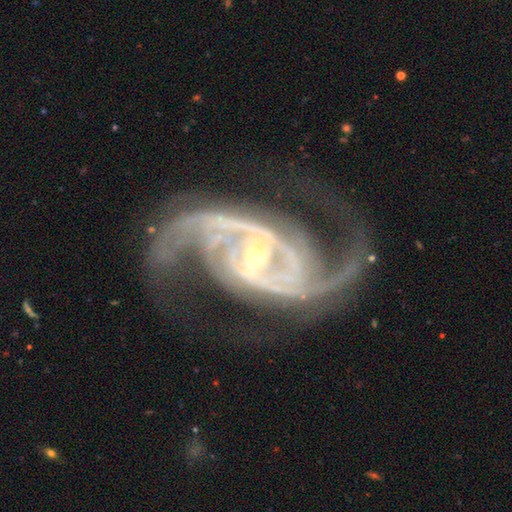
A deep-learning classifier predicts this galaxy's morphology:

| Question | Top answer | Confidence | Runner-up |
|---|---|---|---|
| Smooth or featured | featured or disk | 94% | star or artifact (4%) |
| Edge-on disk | no | 98% | yes (2%) |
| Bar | weak | 37% | strong (34%) |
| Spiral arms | yes | 99% | no (1%) |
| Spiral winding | medium | 57% | tight (22%) |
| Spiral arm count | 2 | 73% | 3 (11%) |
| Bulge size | small | 69% | moderate (27%) |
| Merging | none | 68% | minor disturbance (16%) |